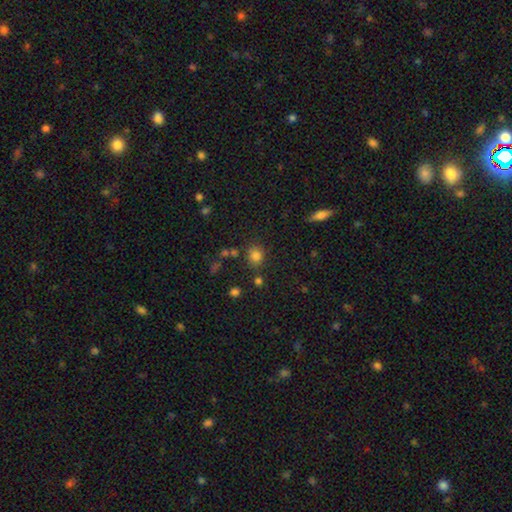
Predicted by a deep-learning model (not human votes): smooth_or_featured: smooth (p=0.79) [alt: star or artifact p=0.15]
how_rounded: round (p=0.77) [alt: in between p=0.22]
merging: none (p=0.75) [alt: minor disturbance p=0.12]